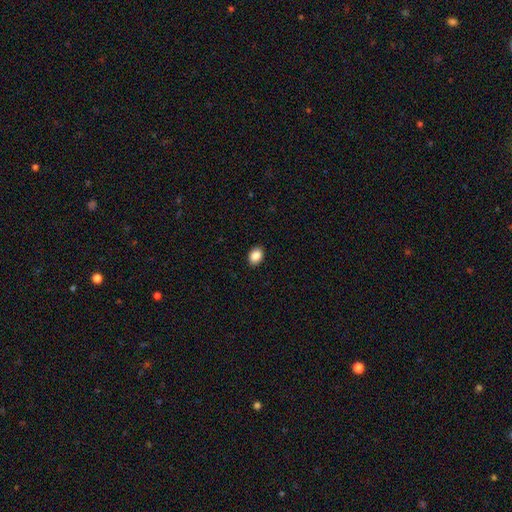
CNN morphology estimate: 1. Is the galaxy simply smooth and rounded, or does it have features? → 88% smooth, 8% star or artifact, 4% featured or disk.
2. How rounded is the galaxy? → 73% in between, 26% round, 1% cigar-shaped.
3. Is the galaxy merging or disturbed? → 91% none, 7% minor disturbance, 2% major disturbance, 1% merger.